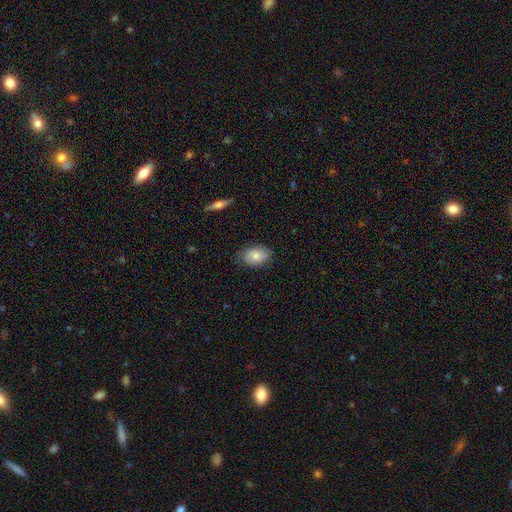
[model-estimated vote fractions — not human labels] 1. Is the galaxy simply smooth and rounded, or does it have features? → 78% smooth, 15% featured or disk, 7% star or artifact.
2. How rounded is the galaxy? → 85% in between, 13% round, 1% cigar-shaped.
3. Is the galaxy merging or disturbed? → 76% none, 20% minor disturbance, 4% major disturbance, 1% merger.